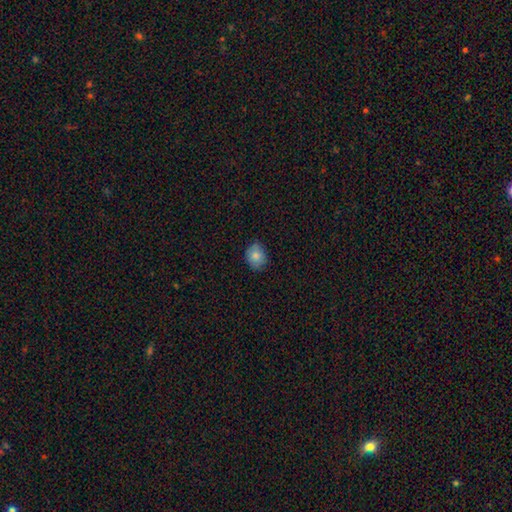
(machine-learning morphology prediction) Smooth or featured: smooth — 82% (featured or disk — 9%)
How rounded: round — 59% (in between — 40%)
Merging: none — 78% (minor disturbance — 19%)